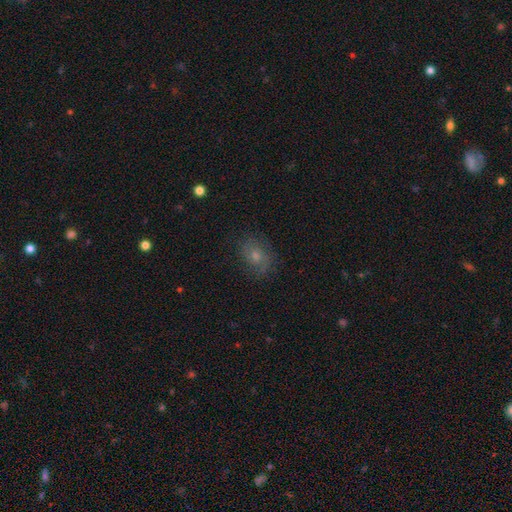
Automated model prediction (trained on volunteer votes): smooth_or_featured: featured or disk (p=0.44) [alt: smooth p=0.36]
merging: none (p=0.76) [alt: minor disturbance p=0.16]